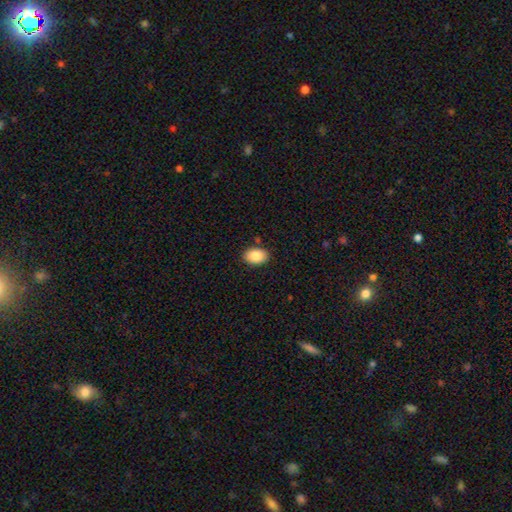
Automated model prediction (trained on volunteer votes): The model was most divided on "how rounded": in between: 83%, round: 16%, cigar-shaped: 1%. More confident: merging — none (87%); smooth or featured — smooth (86%).